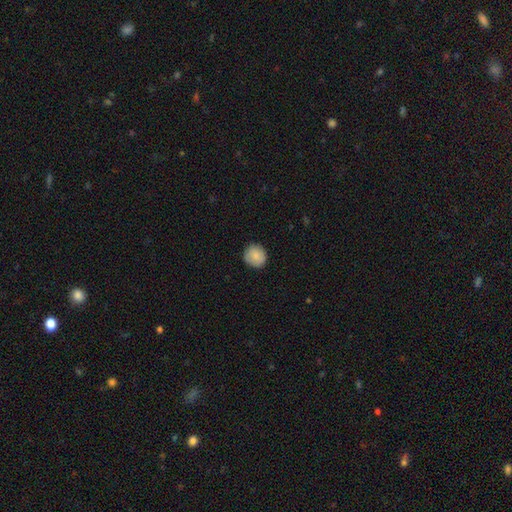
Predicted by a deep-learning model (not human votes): This appears to be a smooth galaxy with no disk features (85%) that is round (93%). Merging: none (87%).